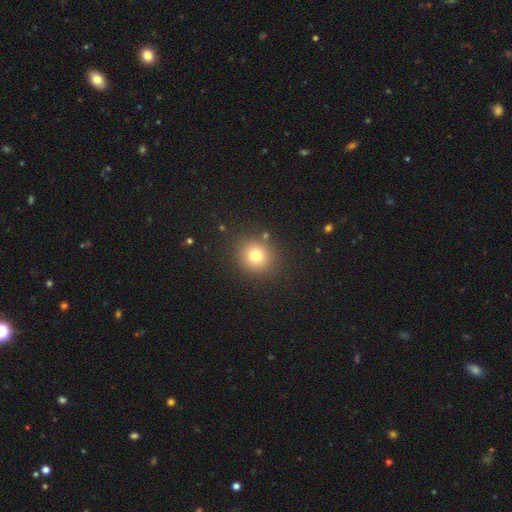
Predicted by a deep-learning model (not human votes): smooth_or_featured: smooth (p=0.78) [alt: star or artifact p=0.14]
how_rounded: round (p=0.85) [alt: in between p=0.15]
merging: none (p=0.86) [alt: minor disturbance p=0.08]